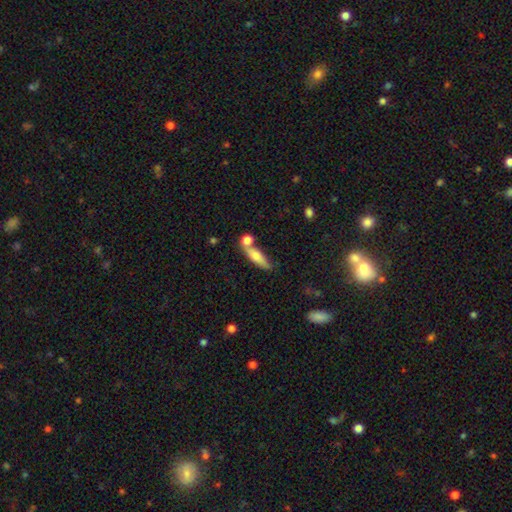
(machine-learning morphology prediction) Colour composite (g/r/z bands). It shows a smooth galaxy with no disk features (69%) that is cigar-shaped (59%). Merging: none (54%).